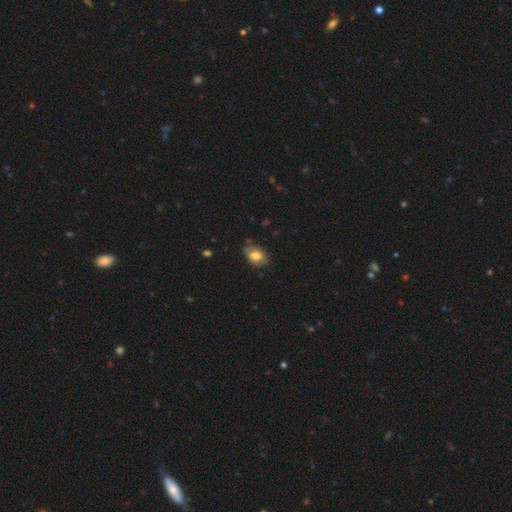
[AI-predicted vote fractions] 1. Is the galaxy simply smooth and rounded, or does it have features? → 73% smooth, 19% featured or disk, 8% star or artifact.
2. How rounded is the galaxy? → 81% in between, 18% round, 1% cigar-shaped.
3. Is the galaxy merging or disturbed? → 71% none, 22% minor disturbance, 4% major disturbance, 2% merger.